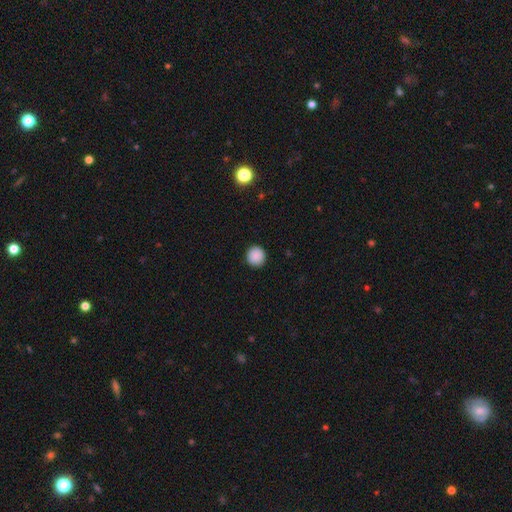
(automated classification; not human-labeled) This is clearly a smooth galaxy (88%). How rounded: clearly round (94%). Merging: clearly none (92%).